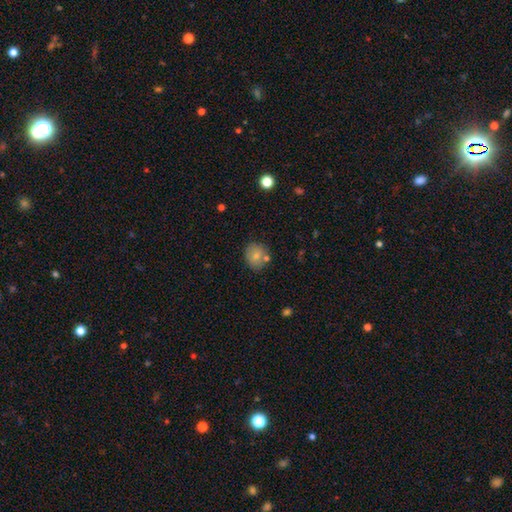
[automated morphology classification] This appears to be a smooth galaxy with no disk features (76%) that is round (74%). Merging: none (71%).